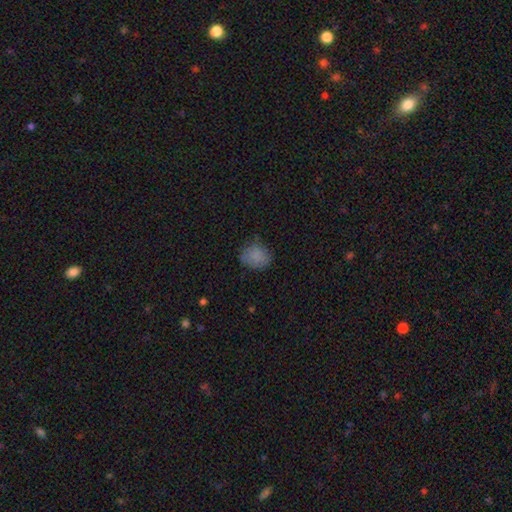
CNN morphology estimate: Smooth or featured? Predicted: smooth (p=0.81). How rounded? Predicted: round (p=0.64). Merging? Predicted: none (p=0.63).